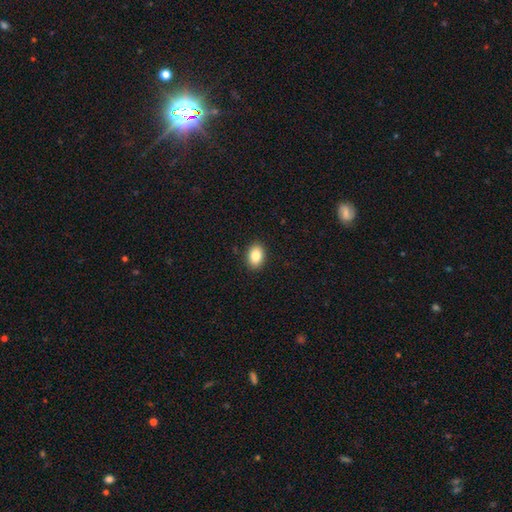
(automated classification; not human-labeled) Smooth or featured? smooth (84%)
How rounded? in between (80%)
Merging? none (90%)